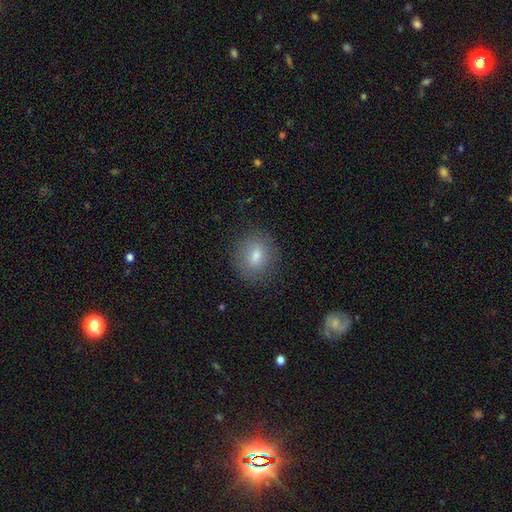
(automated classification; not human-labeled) Smooth or featured?
  - smooth: 76% *
  - featured or disk: 13%
  - star or artifact: 11%
How rounded?
  - round: 67% *
  - in between: 32%
  - cigar-shaped: 1%
Merging?
  - none: 85% *
  - minor disturbance: 11%
  - major disturbance: 3%
  - merger: 1%